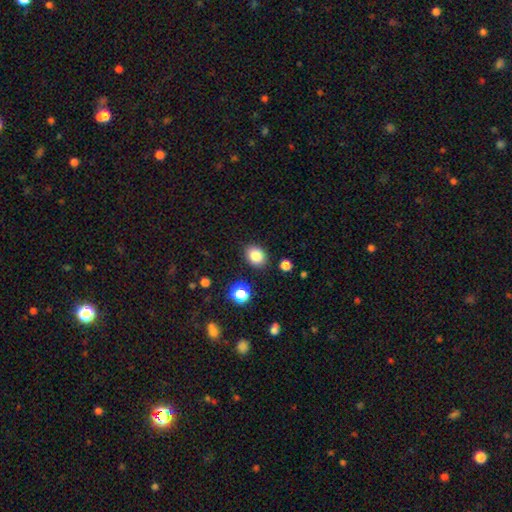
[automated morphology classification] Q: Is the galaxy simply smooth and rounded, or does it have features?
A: smooth — 84%.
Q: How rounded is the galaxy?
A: in between — 58%.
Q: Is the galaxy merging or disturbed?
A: none — 86%.